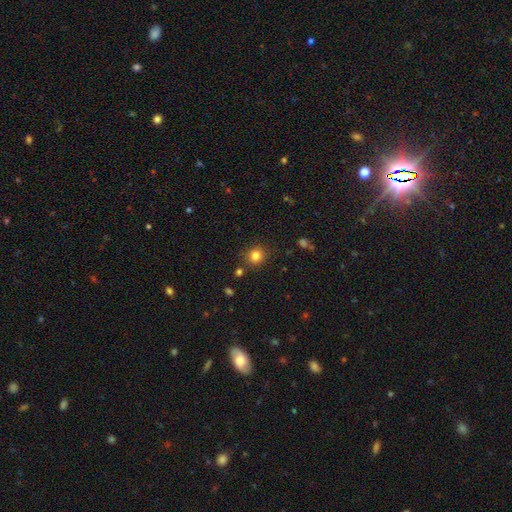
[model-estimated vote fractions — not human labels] A smooth galaxy with no disk features (82%) that is round (89%).

Vote fractions:
- Smooth or featured? smooth: 82% / star or artifact: 13% / featured or disk: 5%
- How rounded? round: 89% / in between: 10% / cigar-shaped: 1%
- Merging? none: 85% / minor disturbance: 9% / merger: 4% / major disturbance: 3%